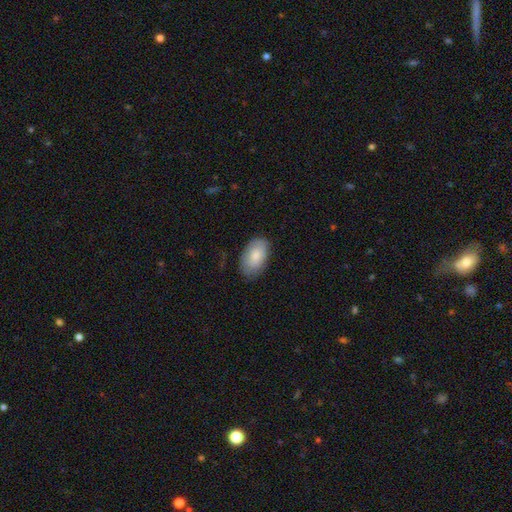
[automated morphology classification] A smooth galaxy with no disk features (80%) that is in between round and cigar-shaped (94%).

Vote fractions:
- Smooth or featured? smooth: 80% / featured or disk: 14% / star or artifact: 6%
- How rounded? in between: 94% / round: 4% / cigar-shaped: 2%
- Merging? none: 76% / minor disturbance: 19% / major disturbance: 4% / merger: 1%